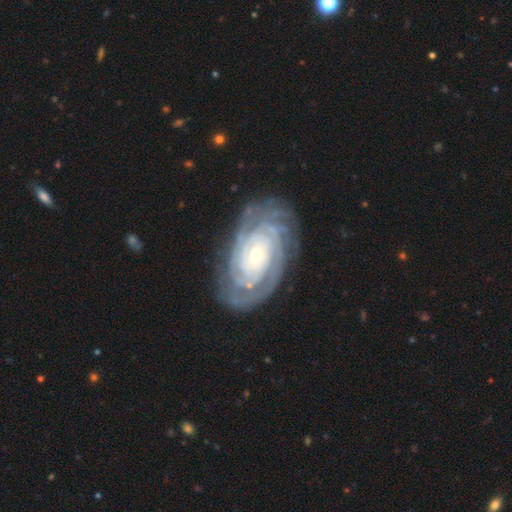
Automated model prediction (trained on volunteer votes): This is clearly a featured or disk galaxy (88%). It is clearly not viewed edge-on (96%). Bar: likely no (74%). Spiral arm pattern: clearly yes (97%). Spiral arm count: marginally can't tell (30%). Spiral winding: clearly tight (83%). Central bulge: likely small (69%). Merging: likely none (79%).